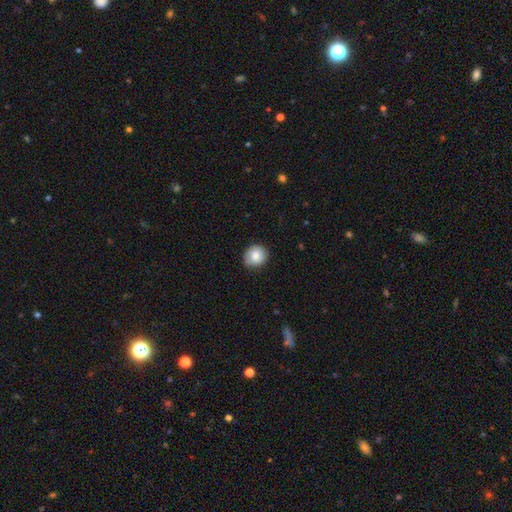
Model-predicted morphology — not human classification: Q: Smooth or featured?
A: smooth (83%); runner-up: featured or disk (9%)
Q: How rounded?
A: round (86%); runner-up: in between (14%)
Q: Merging?
A: none (80%); runner-up: minor disturbance (16%)